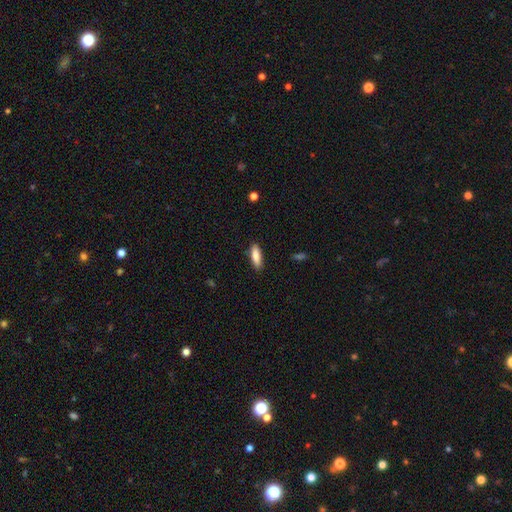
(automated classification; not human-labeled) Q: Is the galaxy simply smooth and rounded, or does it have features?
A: smooth — 84%.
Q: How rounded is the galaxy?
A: in between — 52%.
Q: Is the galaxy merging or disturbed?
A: none — 87%.